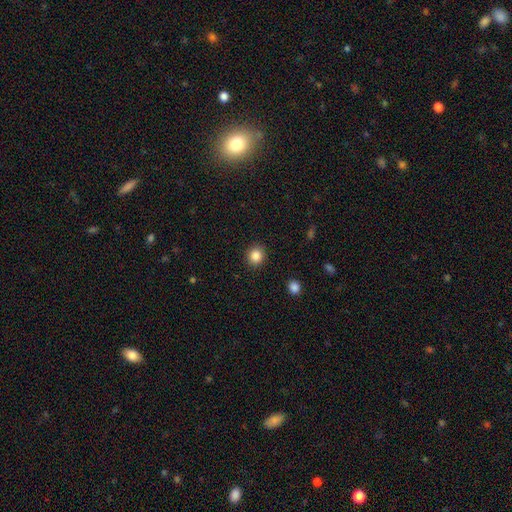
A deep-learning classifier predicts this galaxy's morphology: smooth_or_featured: smooth (p=0.86) [alt: star or artifact p=0.10]
how_rounded: round (p=0.86) [alt: in between p=0.13]
merging: none (p=0.91) [alt: minor disturbance p=0.06]